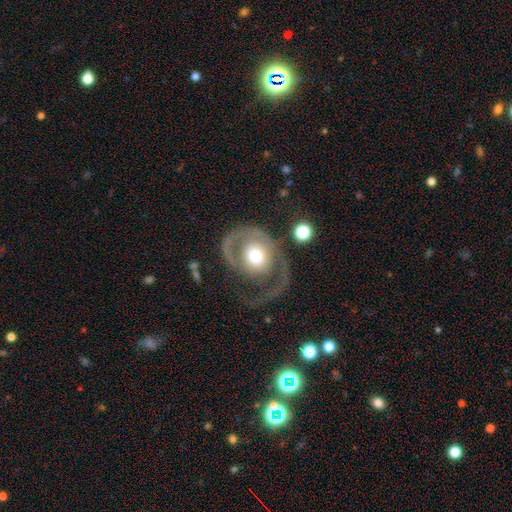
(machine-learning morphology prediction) type=featured or disk (73%); edge-on=no (96%); bar=no (76%); spiral arms=yes (78%); winding=medium (39%); arm count=1 (46%); bulge=moderate (61%); merging=major disturbance (43%).